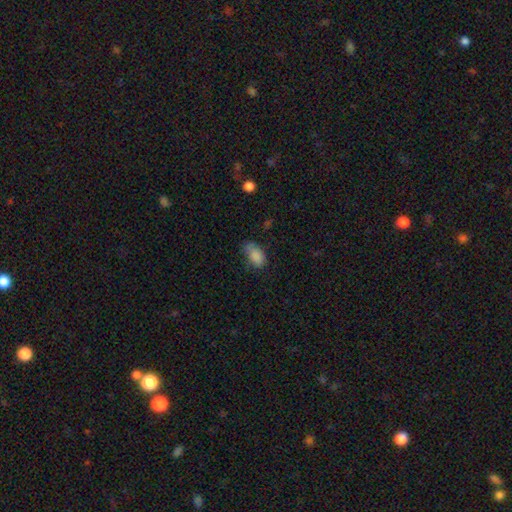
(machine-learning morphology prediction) type=smooth (85%); roundness=in between (91%); merging=none (52%).